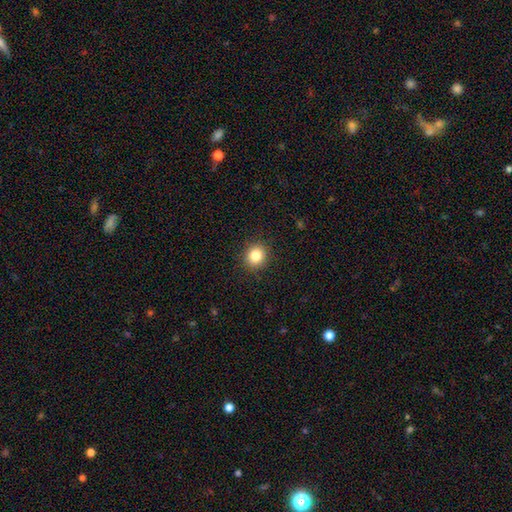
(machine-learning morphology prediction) A smooth galaxy with no disk features (84%) that is round (87%).

Vote fractions:
- Smooth or featured? smooth: 84% / star or artifact: 11% / featured or disk: 5%
- How rounded? round: 87% / in between: 12% / cigar-shaped: 1%
- Merging? none: 91% / minor disturbance: 6% / major disturbance: 2% / merger: 1%